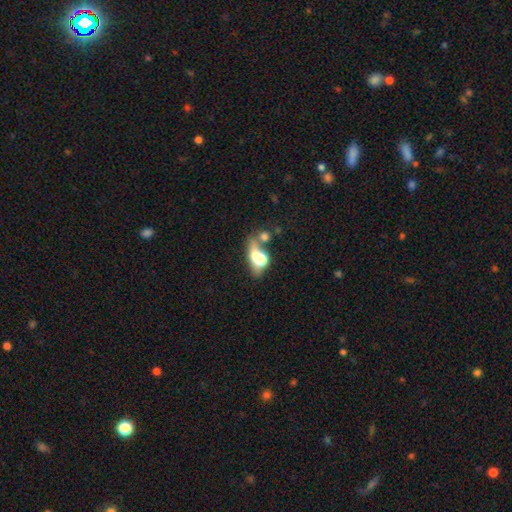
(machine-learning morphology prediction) Q: Smooth or featured?
A: smooth (59%); runner-up: featured or disk (29%)
Q: How rounded?
A: in between (71%); runner-up: round (21%)
Q: Merging?
A: merger (46%); runner-up: major disturbance (24%)